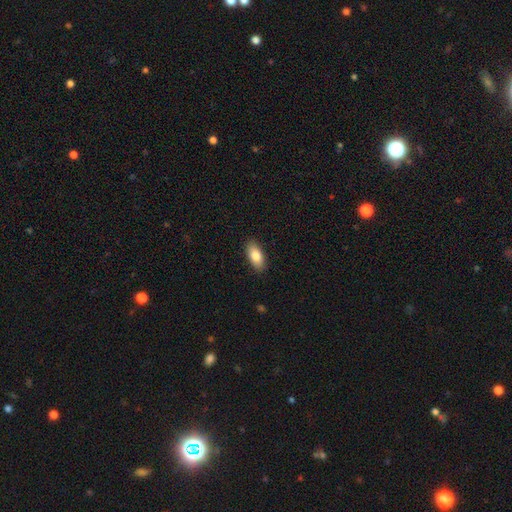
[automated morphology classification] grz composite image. It shows a smooth galaxy with no disk features (81%) that is in between round and cigar-shaped (89%). Merging: none (89%).